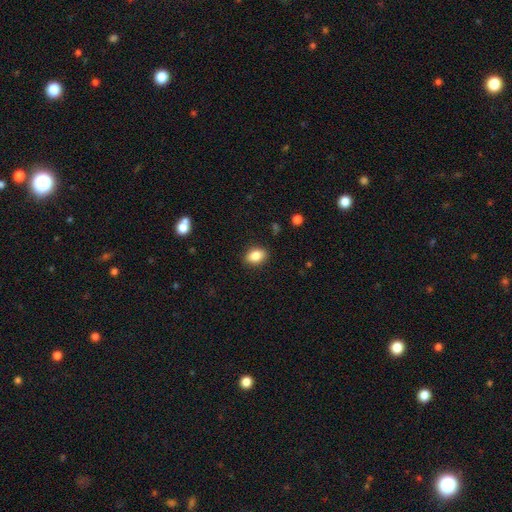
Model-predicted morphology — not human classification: Overall: smooth (85%). How rounded: in between (75%). Merging: none (88%).